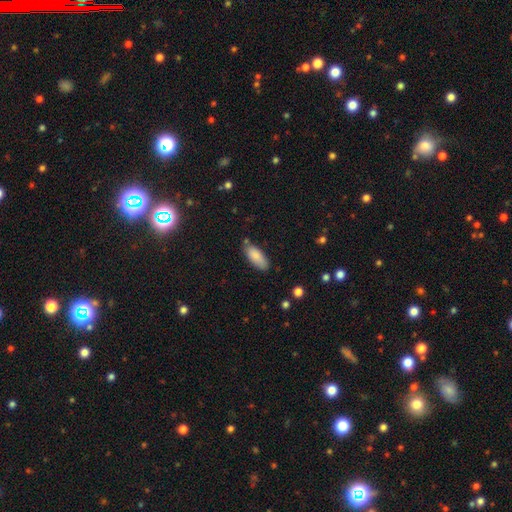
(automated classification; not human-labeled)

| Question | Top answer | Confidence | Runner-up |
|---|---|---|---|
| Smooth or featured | smooth | 85% | featured or disk (9%) |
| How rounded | in between | 81% | cigar-shaped (17%) |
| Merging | none | 75% | minor disturbance (18%) |